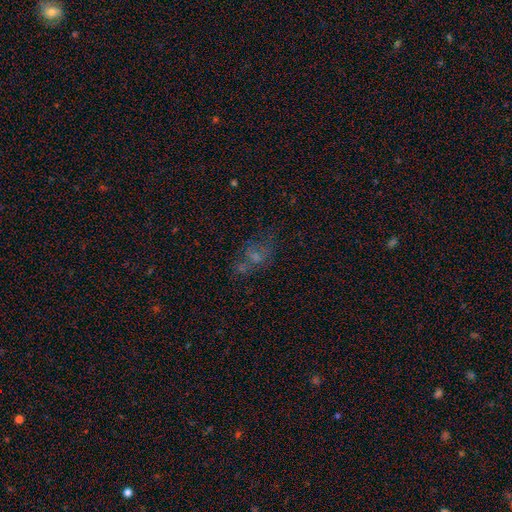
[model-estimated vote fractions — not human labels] Smooth or featured: smooth — 38% (featured or disk — 33%)
Merging: none — 41% (major disturbance — 22%)